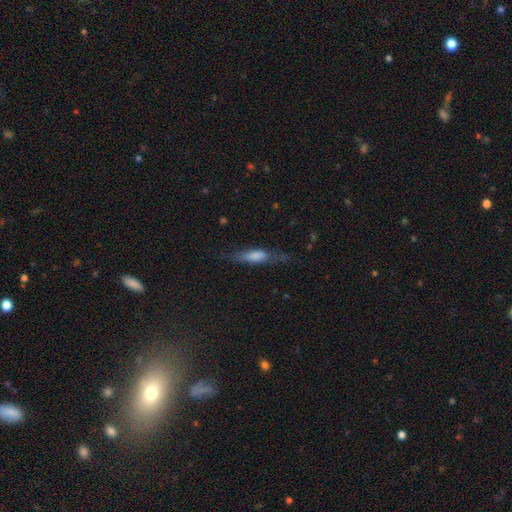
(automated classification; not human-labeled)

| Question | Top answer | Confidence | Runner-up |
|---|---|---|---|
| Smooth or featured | smooth | 66% | featured or disk (27%) |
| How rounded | cigar-shaped | 61% | in between (37%) |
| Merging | none | 59% | minor disturbance (25%) |